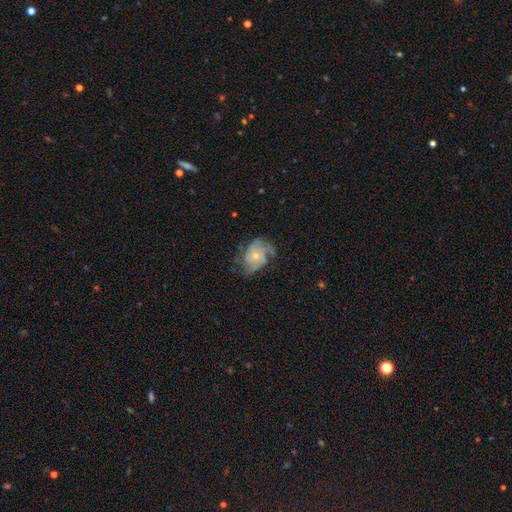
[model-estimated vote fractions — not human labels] This is likely a featured or disk galaxy (74%). It is clearly not viewed edge-on (97%). Bar: clearly no (83%). Spiral arm pattern: clearly yes (84%). Spiral arm count: marginally can't tell (32%). Spiral winding: marginally medium (40%). Central bulge: likely small (63%). Merging: possibly none (55%).